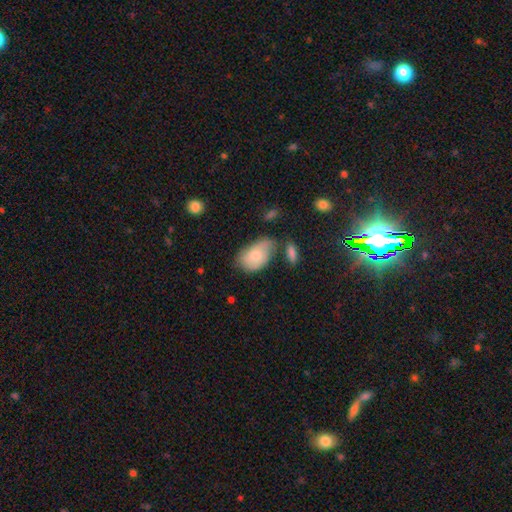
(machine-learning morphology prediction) Smooth or featured? Predicted: smooth (p=0.74). How rounded? Predicted: in between (p=0.92). Merging? Predicted: none (p=0.44).